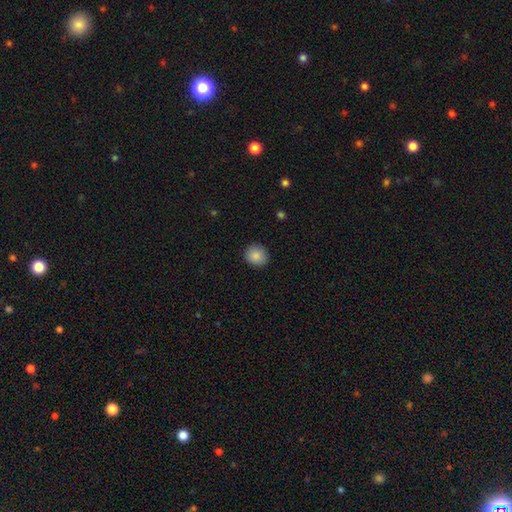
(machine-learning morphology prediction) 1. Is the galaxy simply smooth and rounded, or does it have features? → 87% smooth, 8% star or artifact, 5% featured or disk.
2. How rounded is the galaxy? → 81% round, 19% in between, 1% cigar-shaped.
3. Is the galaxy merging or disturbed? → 90% none, 7% minor disturbance, 2% major disturbance, 1% merger.